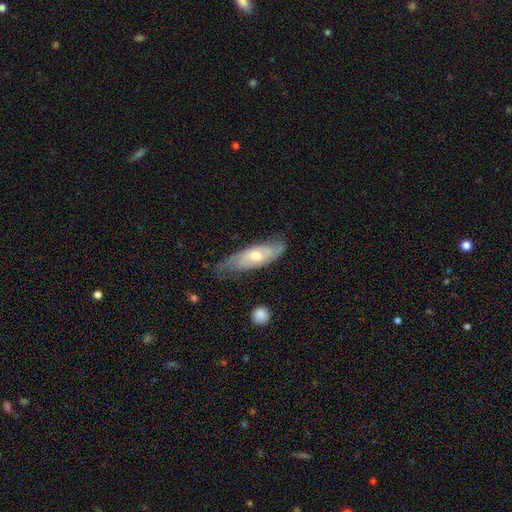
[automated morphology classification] featured or disk 56%, smooth 38%, star or artifact 6%. Down the decision tree: edge-on disk — no (73%); merging — none (63%).